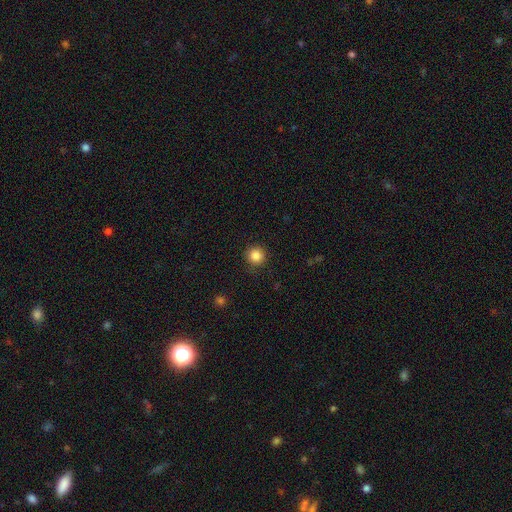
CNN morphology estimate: A smooth galaxy with no disk features (86%) that is round (94%). Merging: none (90%).